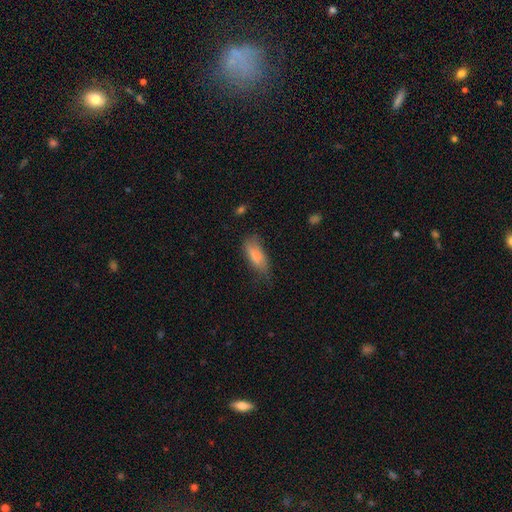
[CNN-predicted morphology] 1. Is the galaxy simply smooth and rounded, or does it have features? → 80% smooth, 13% featured or disk, 8% star or artifact.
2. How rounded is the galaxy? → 72% in between, 26% cigar-shaped, 2% round.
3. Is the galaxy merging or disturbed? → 51% none, 34% minor disturbance, 13% major disturbance, 2% merger.